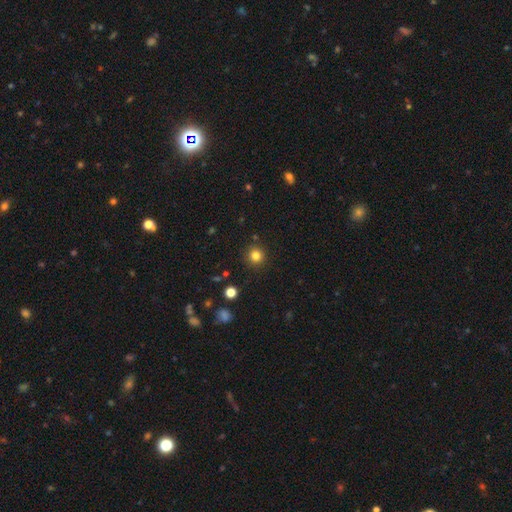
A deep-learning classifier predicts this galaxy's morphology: A smooth galaxy with no disk features (82%) that is round (94%). Merging: none (90%).